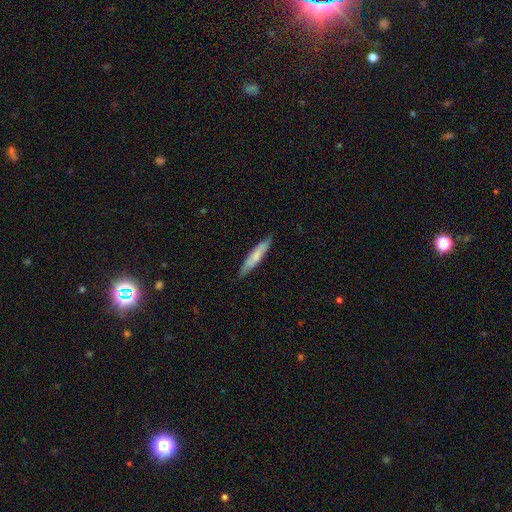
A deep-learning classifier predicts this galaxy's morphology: This is likely a smooth galaxy (70%). How rounded: clearly cigar-shaped (90%). Merging: clearly none (87%).